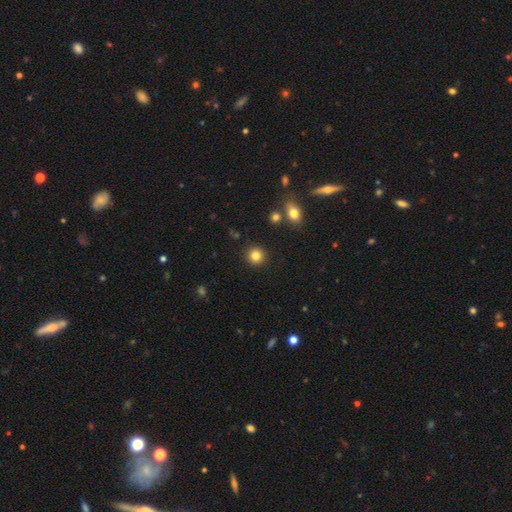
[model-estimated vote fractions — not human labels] This is clearly a smooth galaxy (83%). How rounded: clearly round (93%). Merging: clearly none (91%).